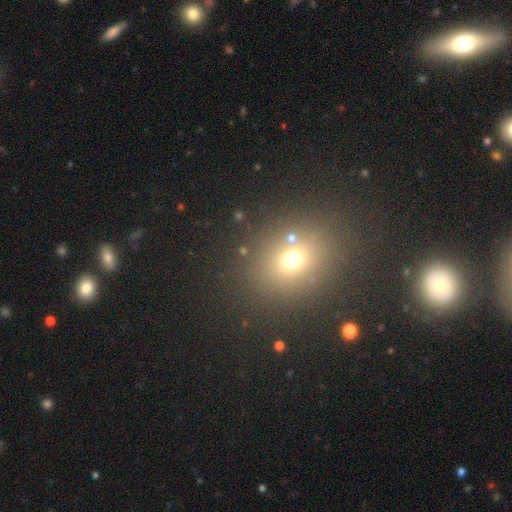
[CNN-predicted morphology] Smooth or featured? smooth (55%)
How rounded? round (62%)
Merging? none (80%)